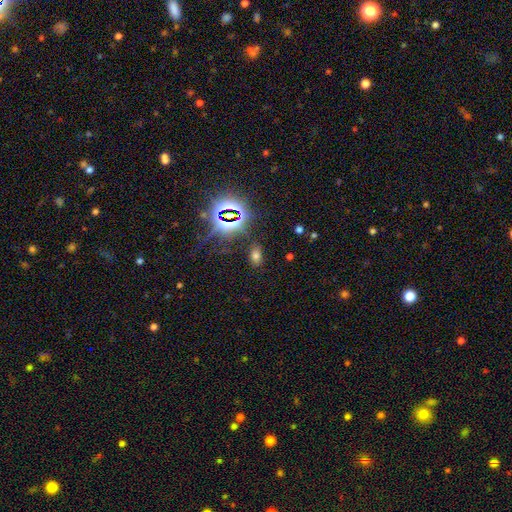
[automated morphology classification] smooth 58%, star or artifact 34%, featured or disk 8%. Down the decision tree: how rounded — in between (86%); merging — none (83%).